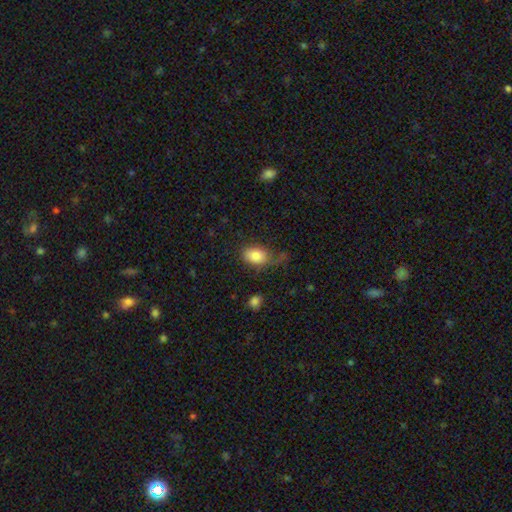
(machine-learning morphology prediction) Smooth or featured: smooth — 82% (featured or disk — 10%)
How rounded: in between — 84% (round — 15%)
Merging: none — 54% (minor disturbance — 23%)